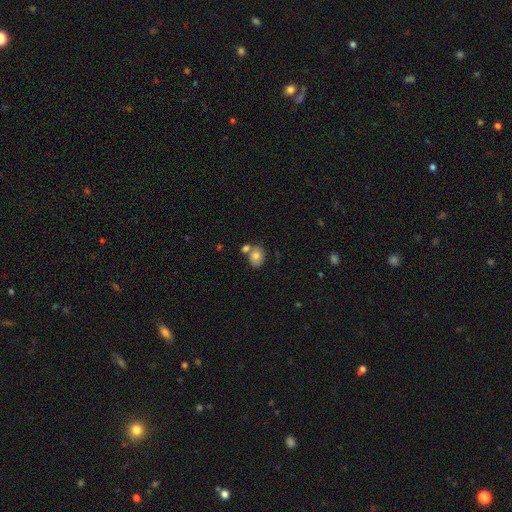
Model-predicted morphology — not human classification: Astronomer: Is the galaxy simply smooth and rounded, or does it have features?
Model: smooth — 76%.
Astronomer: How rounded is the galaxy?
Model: round — 52% (runner-up: in between, 47%).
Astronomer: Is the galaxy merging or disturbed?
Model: none — 55%.